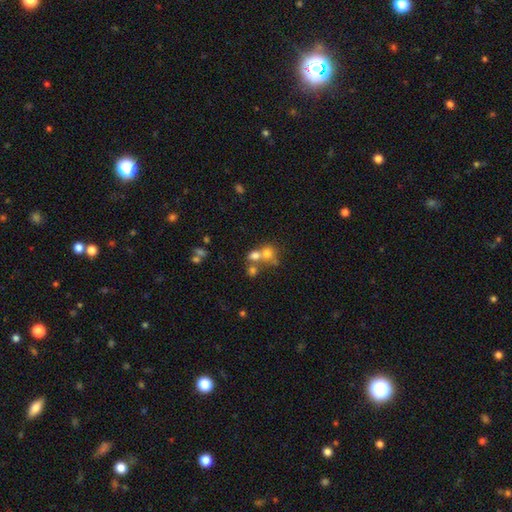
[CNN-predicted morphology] smooth_or_featured: smooth (p=0.66) [alt: featured or disk p=0.18]
how_rounded: round (p=0.70) [alt: in between p=0.29]
merging: merger (p=0.54) [alt: none p=0.34]